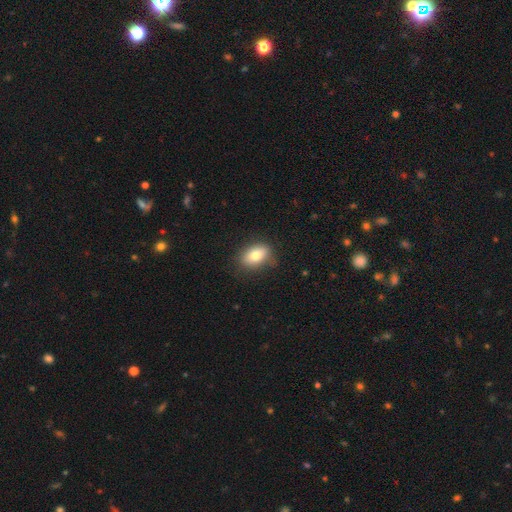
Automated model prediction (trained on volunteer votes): Smooth or featured? Predicted: smooth (p=0.78). How rounded? Predicted: in between (p=0.82). Merging? Predicted: none (p=0.80).